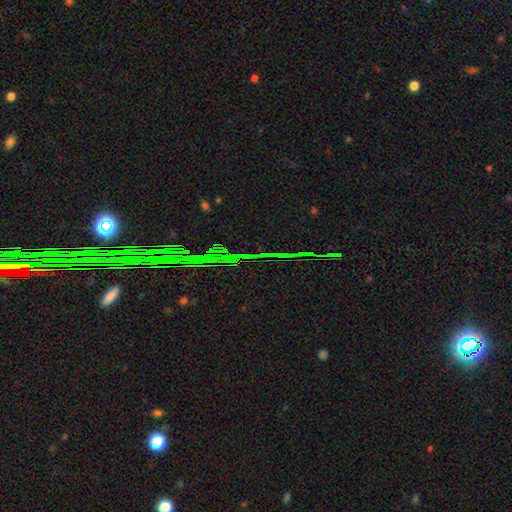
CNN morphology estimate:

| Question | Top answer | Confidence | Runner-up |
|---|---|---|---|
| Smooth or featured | star or artifact | 83% | featured or disk (9%) |